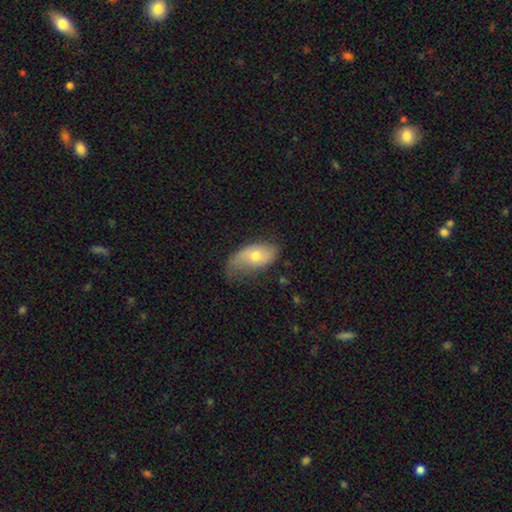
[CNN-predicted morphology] A smooth galaxy with no disk features (54%) that is in between round and cigar-shaped (90%).

Vote fractions:
- Smooth or featured? smooth: 54% / featured or disk: 39% / star or artifact: 7%
- How rounded? in between: 90% / round: 6% / cigar-shaped: 4%
- Merging? none: 43% / minor disturbance: 38% / major disturbance: 17% / merger: 2%